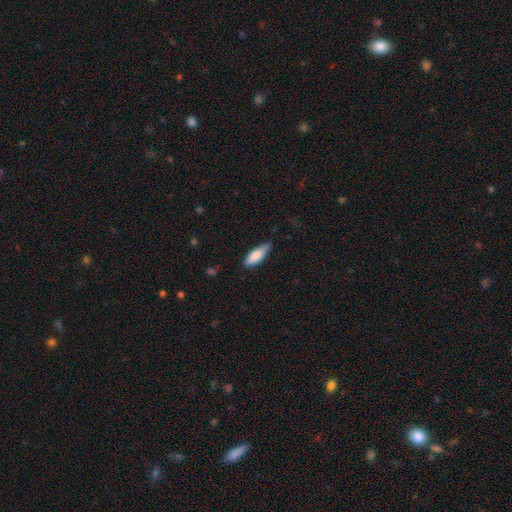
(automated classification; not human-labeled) Morphology: type=smooth (82%); roundness=in between (58%); merging=none (68%).